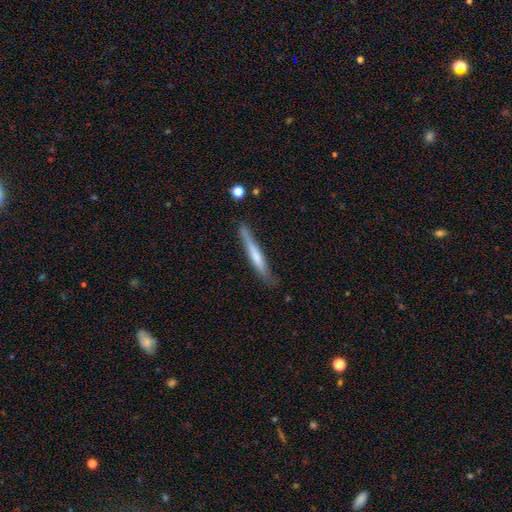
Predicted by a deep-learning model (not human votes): Smooth or featured?
  - smooth: 55% *
  - featured or disk: 39%
  - star or artifact: 6%
How rounded?
  - cigar-shaped: 95% *
  - in between: 4%
  - round: 1%
Merging?
  - none: 76% *
  - minor disturbance: 18%
  - major disturbance: 3%
  - merger: 2%